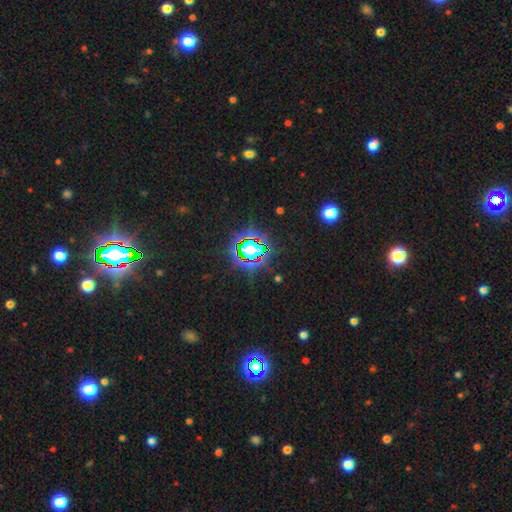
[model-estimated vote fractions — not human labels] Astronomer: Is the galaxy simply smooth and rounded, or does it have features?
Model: star or artifact — 74%.